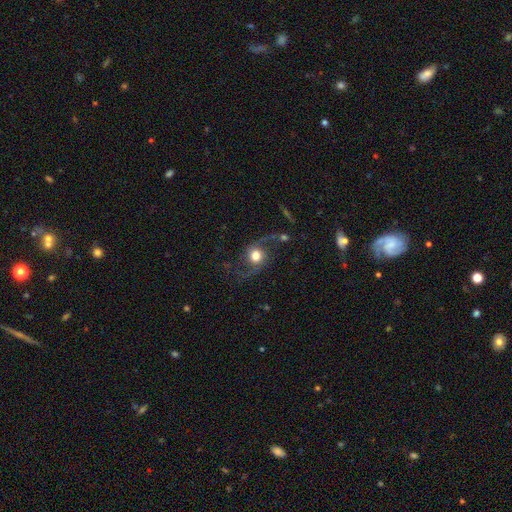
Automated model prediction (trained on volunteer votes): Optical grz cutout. It shows a featured or disk galaxy (73%) with no bar (69%), 2 (93%) loose (81%) spiral arms (93%) and a large central bulge (45%). Merging: none (64%).